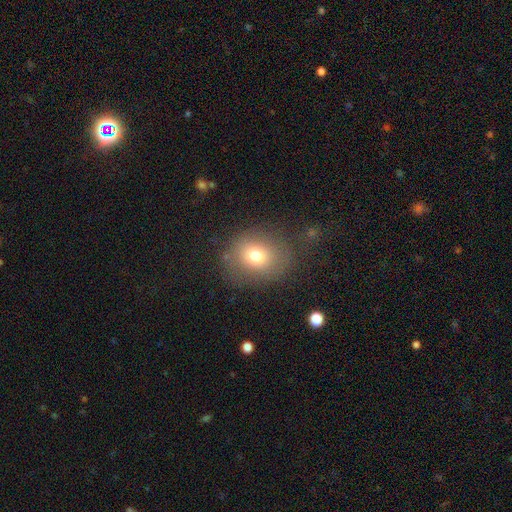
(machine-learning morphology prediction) smooth 73%, featured or disk 14%, star or artifact 13%. Down the decision tree: how rounded — round (64%); merging — none (70%).